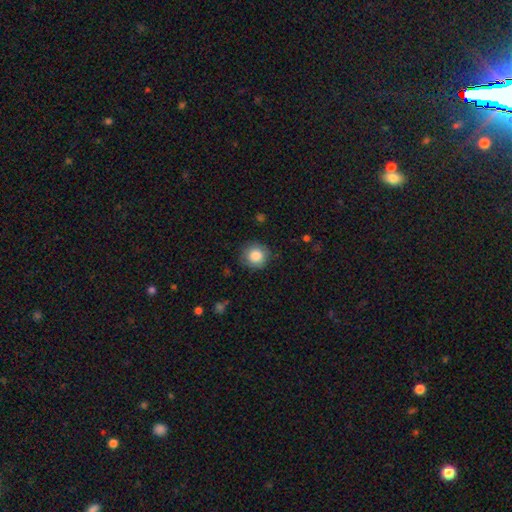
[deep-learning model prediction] A smooth galaxy with no disk features (85%) that is round (93%).

Vote fractions:
- Smooth or featured? smooth: 85% / star or artifact: 9% / featured or disk: 6%
- How rounded? round: 93% / in between: 6% / cigar-shaped: 1%
- Merging? none: 85% / minor disturbance: 11% / major disturbance: 3% / merger: 1%